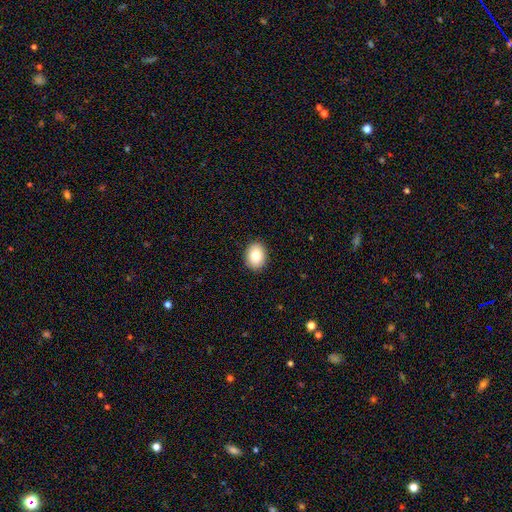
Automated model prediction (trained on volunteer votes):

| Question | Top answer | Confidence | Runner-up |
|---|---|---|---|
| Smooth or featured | smooth | 82% | featured or disk (10%) |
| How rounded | in between | 55% | round (44%) |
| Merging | none | 90% | minor disturbance (7%) |